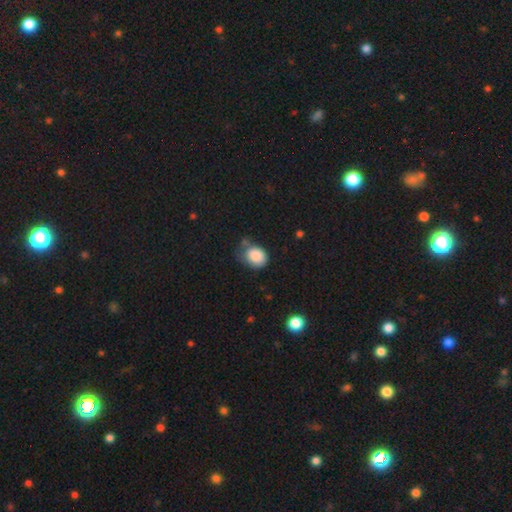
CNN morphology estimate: The model was most divided on "merging": none: 45%, minor disturbance: 35%, major disturbance: 12%, merger: 9%. More confident: smooth or featured — smooth (86%); how rounded — in between (58%).